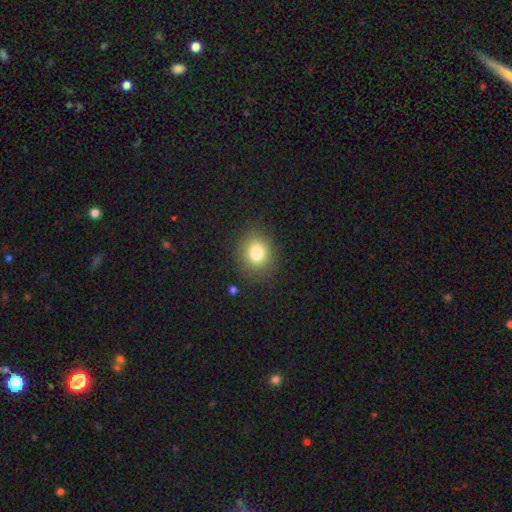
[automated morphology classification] smooth 79%, star or artifact 12%, featured or disk 9%. Down the decision tree: how rounded — round (63%); merging — none (82%).